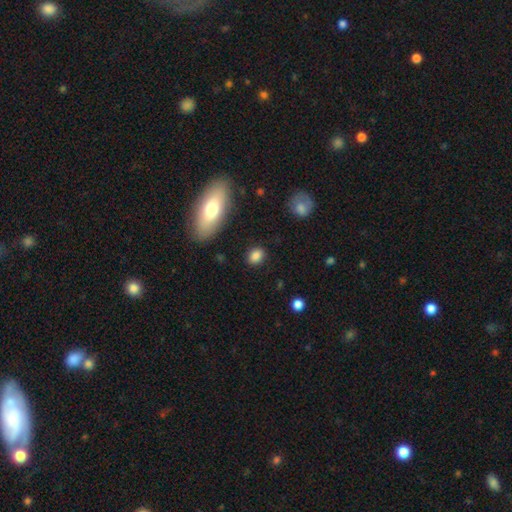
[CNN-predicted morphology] This appears to be a smooth galaxy with no disk features (84%) that is in between round and cigar-shaped (50%). Merging: none (85%).